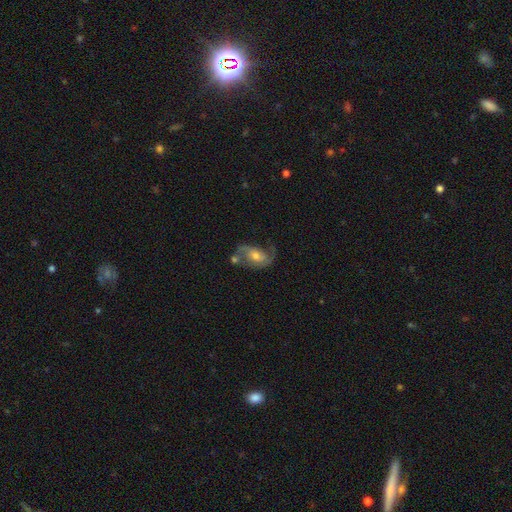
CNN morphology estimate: featured or disk 73%, smooth 20%, star or artifact 8%. Down the decision tree: edge-on disk — no (96%); bar — no (58%); spiral arms — yes (89%); spiral arm count — 2 (84%); spiral winding — loose (46%); bulge size — moderate (60%); merging — none (50%).